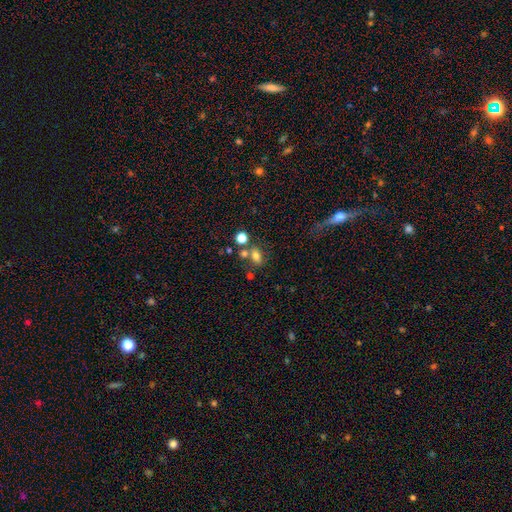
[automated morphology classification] This is likely a smooth galaxy (72%). How rounded: likely in between (70%). Merging: possibly none (55%).